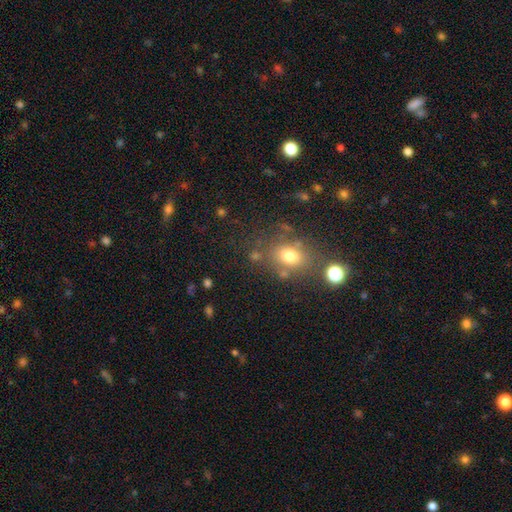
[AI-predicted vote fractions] smooth_or_featured: smooth (p=0.66) [alt: star or artifact p=0.21]
how_rounded: in between (p=0.50) [alt: round p=0.49]
merging: none (p=0.70) [alt: minor disturbance p=0.14]